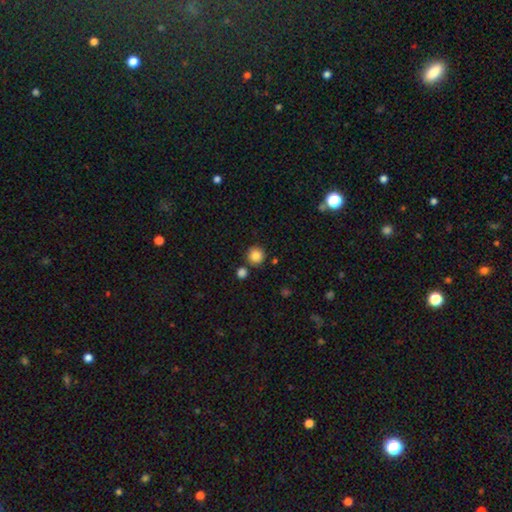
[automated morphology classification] type=smooth (84%); roundness=round (94%); merging=none (84%).